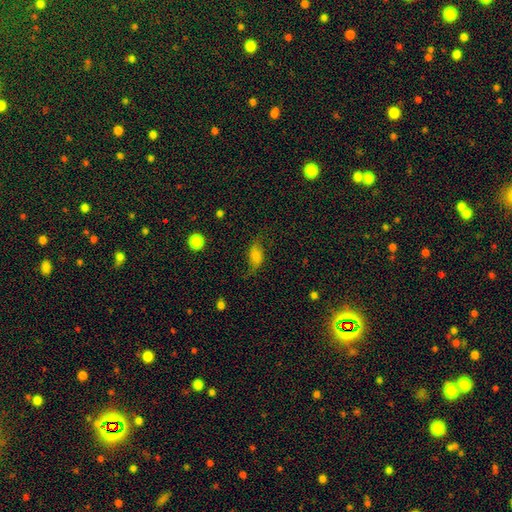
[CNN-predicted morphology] Smooth or featured?
  - smooth: 53% *
  - featured or disk: 35%
  - star or artifact: 12%
How rounded?
  - in between: 84% *
  - round: 10%
  - cigar-shaped: 6%
Merging?
  - none: 61% *
  - minor disturbance: 24%
  - major disturbance: 14%
  - merger: 2%